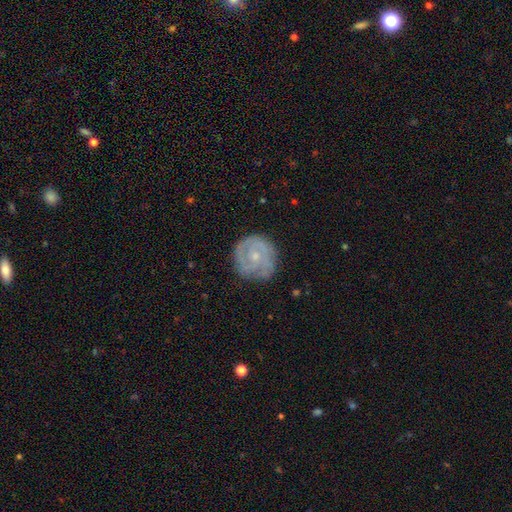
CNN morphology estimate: smooth_or_featured: featured or disk (p=0.77) [alt: smooth p=0.17]
disk_edge_on: no (p=0.98) [alt: yes p=0.02]
bar: no (p=0.75) [alt: weak p=0.22]
has_spiral_arms: yes (p=0.91) [alt: no p=0.09]
spiral_winding: tight (p=0.68) [alt: medium p=0.26]
spiral_arm_count: 2 (p=0.34) [alt: can't tell p=0.28]
bulge_size: small (p=0.66) [alt: moderate p=0.29]
merging: none (p=0.77) [alt: minor disturbance p=0.17]